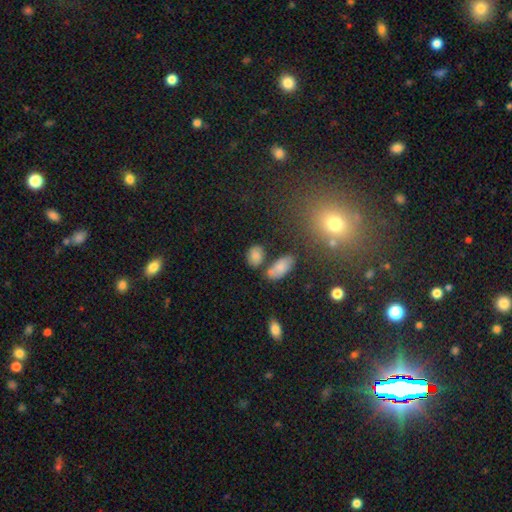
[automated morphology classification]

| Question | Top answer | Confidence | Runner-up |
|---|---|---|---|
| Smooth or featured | smooth | 79% | star or artifact (11%) |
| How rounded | in between | 70% | round (28%) |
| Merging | none | 61% | merger (18%) |